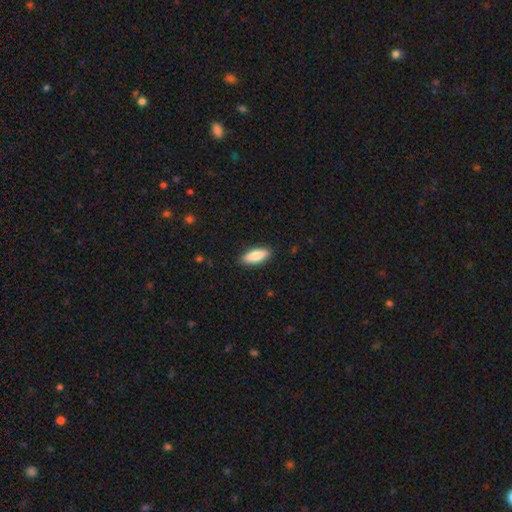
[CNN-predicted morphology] Smooth or featured? smooth (82%)
How rounded? in between (68%)
Merging? none (88%)